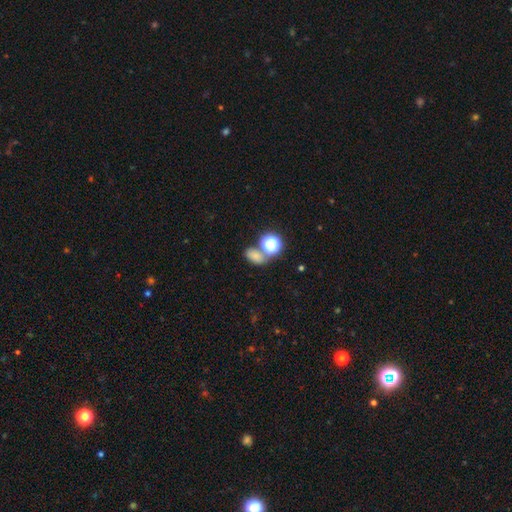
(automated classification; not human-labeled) The model was most divided on "merging": none: 58%, merger: 25%, minor disturbance: 12%, major disturbance: 5%. More confident: how rounded — in between (72%); smooth or featured — smooth (71%).